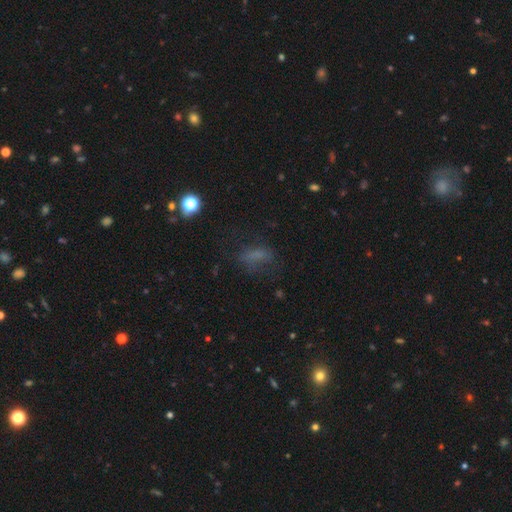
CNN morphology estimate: type=smooth (58%); roundness=in between (71%); merging=none (53%).